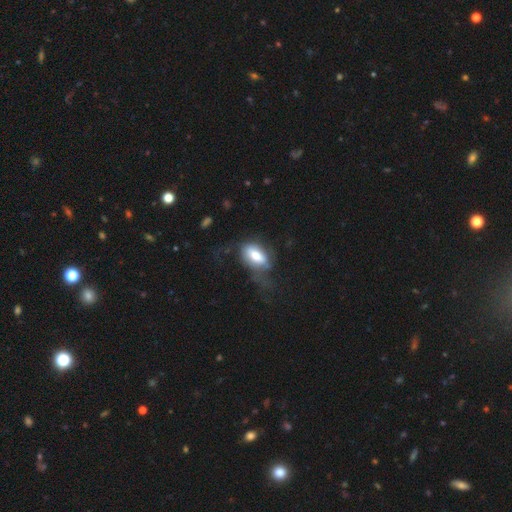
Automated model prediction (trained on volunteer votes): Q: Smooth or featured?
A: smooth (62%); runner-up: featured or disk (31%)
Q: How rounded?
A: in between (87%); runner-up: cigar-shaped (8%)
Q: Merging?
A: major disturbance (41%); runner-up: none (33%)